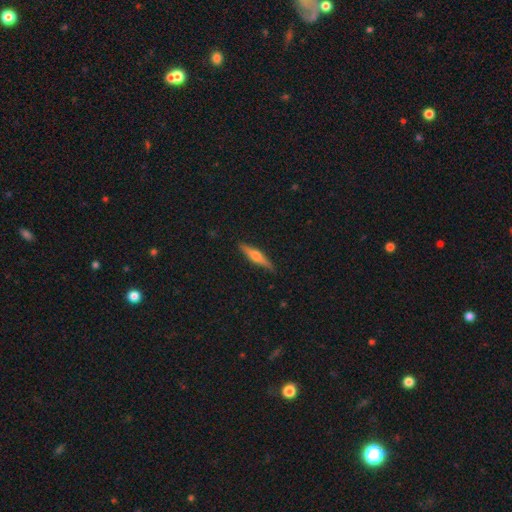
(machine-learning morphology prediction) The model was most divided on "smooth or featured": featured or disk: 57%, smooth: 37%, star or artifact: 6%. More confident: edge-on disk — yes (97%); merging — none (90%); edge-on bulge — rounded (87%).